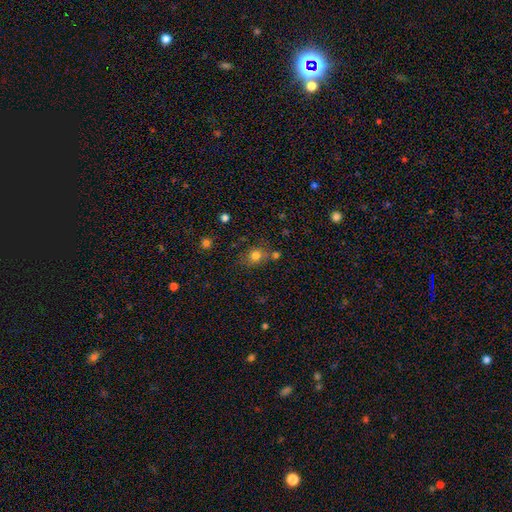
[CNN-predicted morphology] Smooth or featured: smooth — 78% (star or artifact — 13%)
How rounded: round — 64% (in between — 34%)
Merging: none — 62% (minor disturbance — 17%)